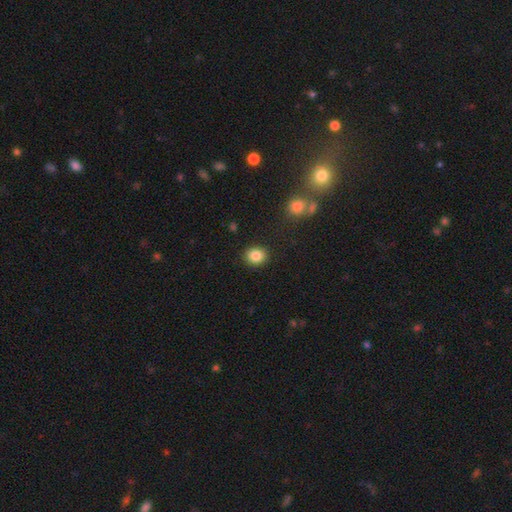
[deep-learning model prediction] Overall: smooth (86%). How rounded: round (68%; in between 31%). Merging: none (89%).